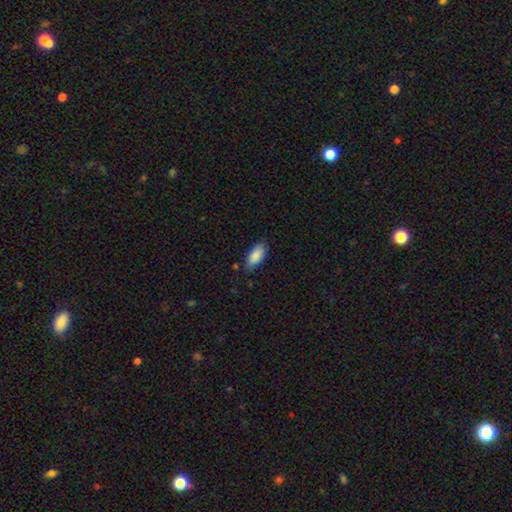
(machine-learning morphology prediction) Smooth or featured?
  - smooth: 88% *
  - star or artifact: 6%
  - featured or disk: 6%
How rounded?
  - in between: 88% *
  - cigar-shaped: 10%
  - round: 2%
Merging?
  - none: 82% *
  - minor disturbance: 14%
  - major disturbance: 3%
  - merger: 1%